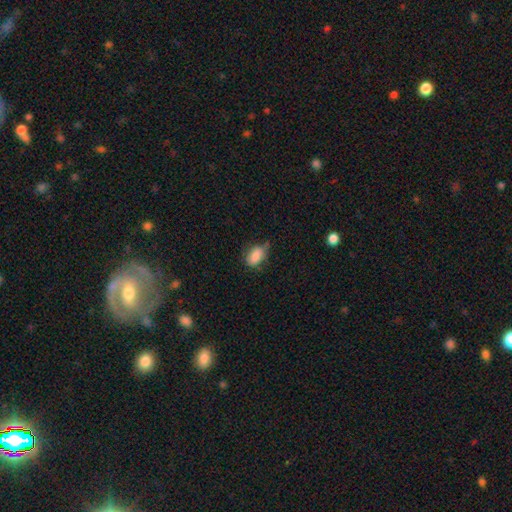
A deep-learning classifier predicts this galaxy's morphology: This appears to be a smooth galaxy with no disk features (85%) that is in between round and cigar-shaped (88%). Merging: none (51%).